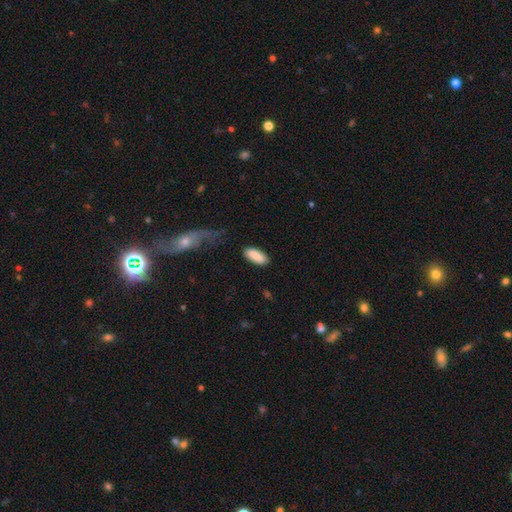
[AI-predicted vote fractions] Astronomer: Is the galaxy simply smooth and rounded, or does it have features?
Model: smooth — 89%.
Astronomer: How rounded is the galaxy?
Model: in between — 83%.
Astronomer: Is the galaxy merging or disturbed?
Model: none — 83%.